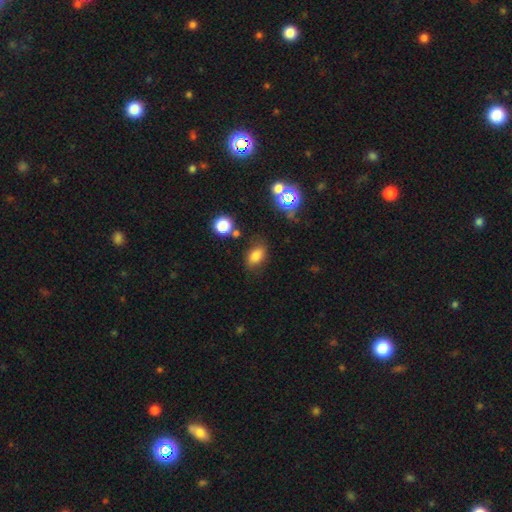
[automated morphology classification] A smooth galaxy with no disk features (77%) that is in between round and cigar-shaped (81%).

Vote fractions:
- Smooth or featured? smooth: 77% / star or artifact: 16% / featured or disk: 8%
- How rounded? in between: 81% / round: 17% / cigar-shaped: 2%
- Merging? none: 74% / minor disturbance: 16% / major disturbance: 5% / merger: 5%